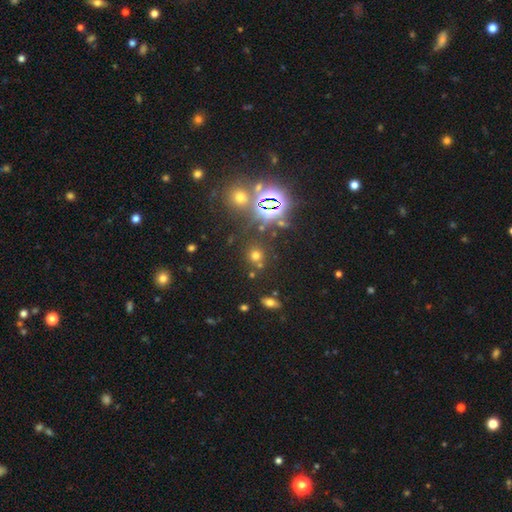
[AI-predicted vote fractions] Smooth or featured? smooth (56%)
How rounded? round (85%)
Merging? none (75%)